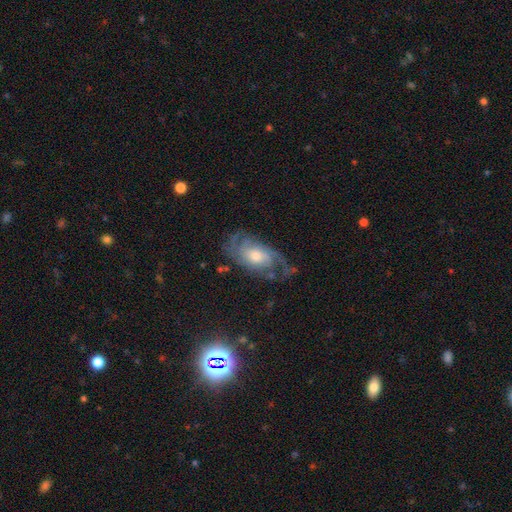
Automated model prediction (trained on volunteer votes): Morphology: type=featured or disk (80%); edge-on=no (95%); bar=no (72%); spiral arms=yes (93%); winding=tight (45%); arm count=can't tell (36%); bulge=moderate (61%); merging=none (63%).